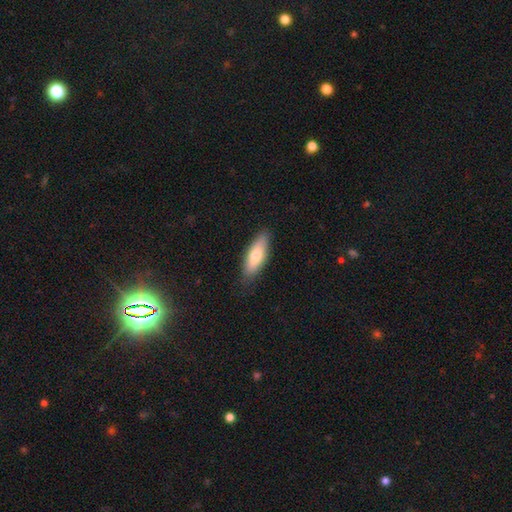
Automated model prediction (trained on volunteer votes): smooth 77%, featured or disk 18%, star or artifact 6%. Down the decision tree: how rounded — in between (61%); merging — none (85%).